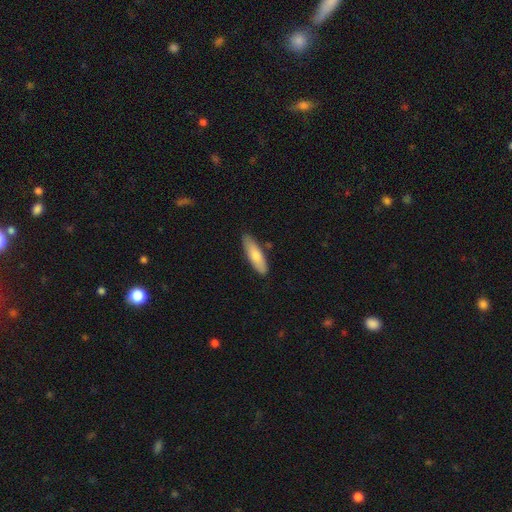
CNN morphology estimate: Smooth or featured? Predicted: smooth (p=0.74). How rounded? Predicted: cigar-shaped (p=0.55). Merging? Predicted: none (p=0.81).